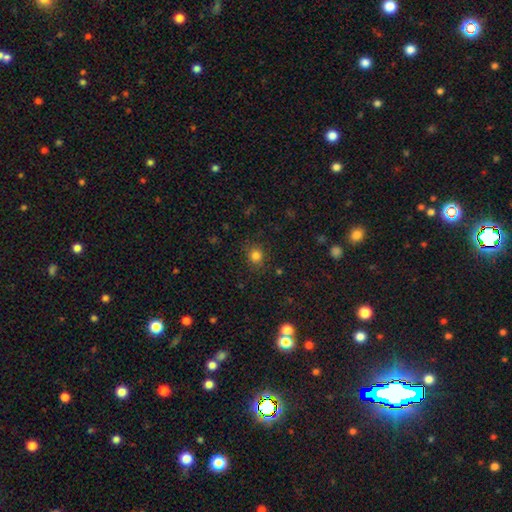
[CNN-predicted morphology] smooth-or-featured: smooth: 81% | star or artifact: 14% | featured or disk: 5%
  how-rounded: round: 82% | in between: 18% | cigar-shaped: 1%
  merging: none: 85% | minor disturbance: 10% | major disturbance: 4% | merger: 1%